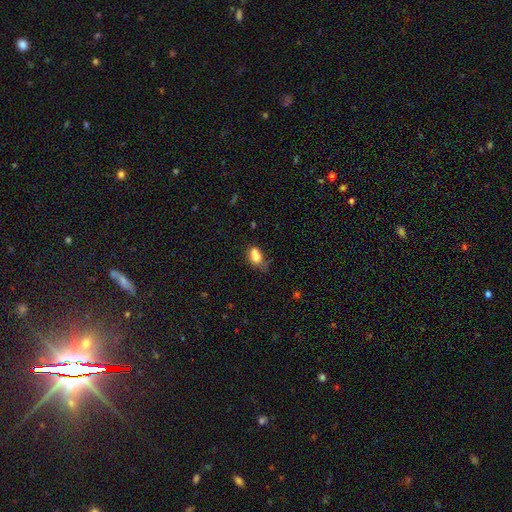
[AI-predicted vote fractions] This appears to be a smooth galaxy with no disk features (74%) that is in between round and cigar-shaped (73%). Merging: merger (33%).